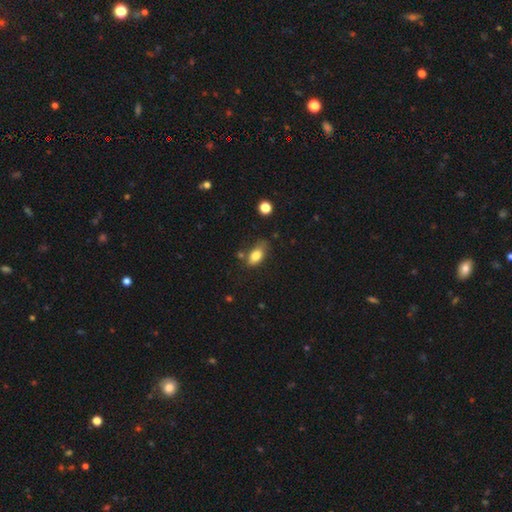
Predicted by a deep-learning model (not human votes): smooth 81%, featured or disk 11%, star or artifact 8%. Down the decision tree: how rounded — in between (89%); merging — none (57%).